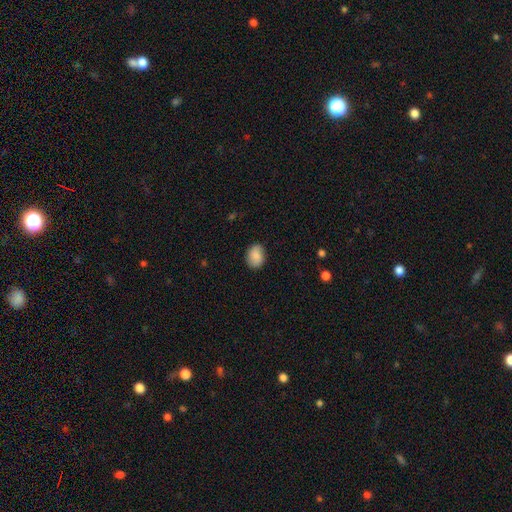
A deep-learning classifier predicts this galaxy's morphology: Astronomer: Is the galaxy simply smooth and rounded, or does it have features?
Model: smooth — 86%.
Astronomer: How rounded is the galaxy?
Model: in between — 62% (runner-up: round, 37%).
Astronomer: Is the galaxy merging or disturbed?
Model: none — 83%.